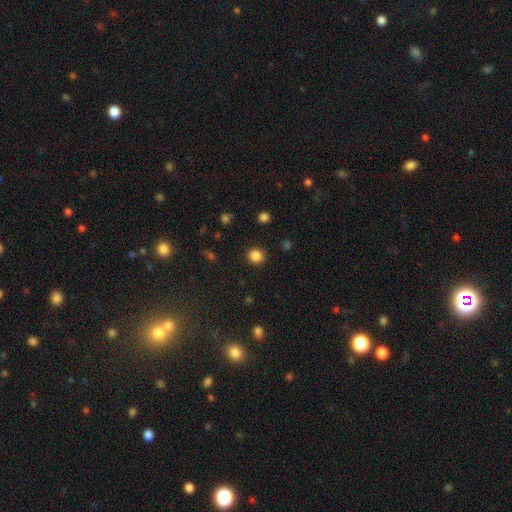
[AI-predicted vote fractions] Q: Smooth or featured?
A: smooth (85%); runner-up: star or artifact (11%)
Q: How rounded?
A: round (89%); runner-up: in between (10%)
Q: Merging?
A: none (91%); runner-up: minor disturbance (6%)